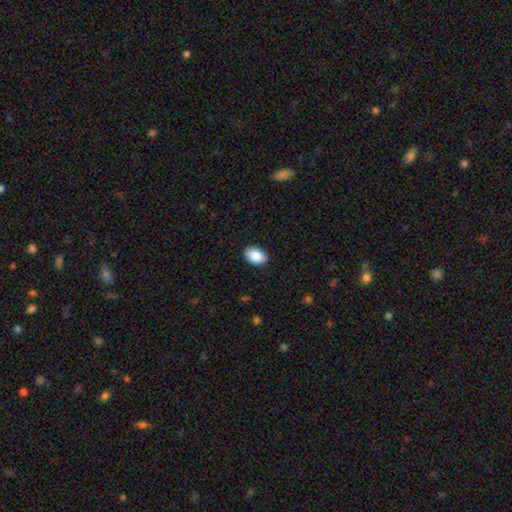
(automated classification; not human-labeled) Smooth or featured? smooth (89%)
How rounded? in between (85%)
Merging? none (90%)